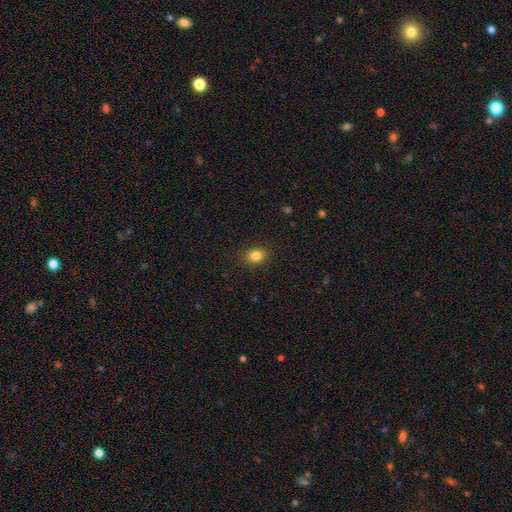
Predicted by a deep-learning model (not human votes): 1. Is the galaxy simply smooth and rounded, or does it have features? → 84% smooth, 11% star or artifact, 5% featured or disk.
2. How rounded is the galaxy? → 52% in between, 47% round, 1% cigar-shaped.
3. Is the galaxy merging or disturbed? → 89% none, 8% minor disturbance, 2% major disturbance, 1% merger.